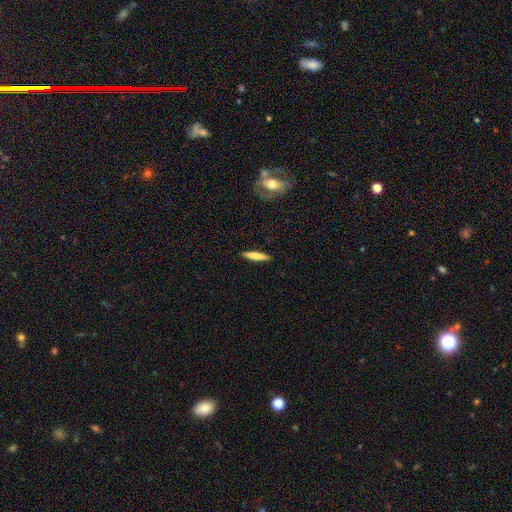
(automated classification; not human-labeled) Smooth or featured? Predicted: smooth (p=0.70). How rounded? Predicted: cigar-shaped (p=0.86). Merging? Predicted: none (p=0.90).